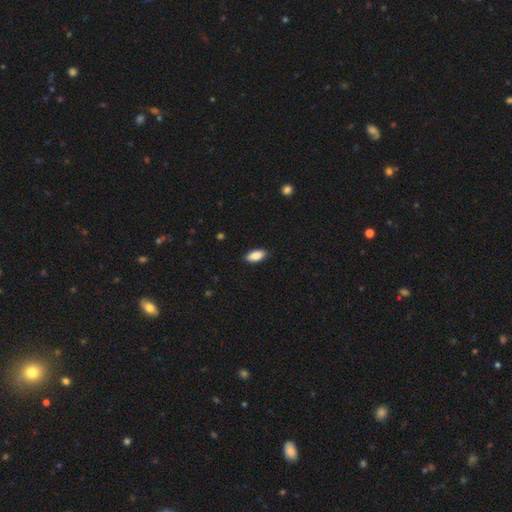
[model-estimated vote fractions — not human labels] A smooth galaxy with no disk features (87%) that is in between round and cigar-shaped (89%). Merging: none (89%).